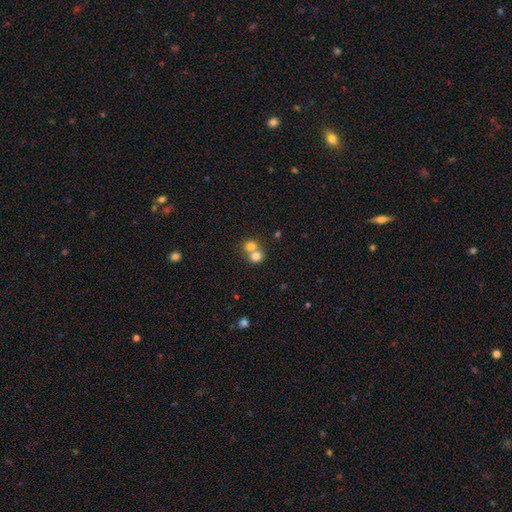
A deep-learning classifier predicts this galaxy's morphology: smooth 77%, featured or disk 11%, star or artifact 11%. Down the decision tree: how rounded — round (78%); merging — merger (60%).